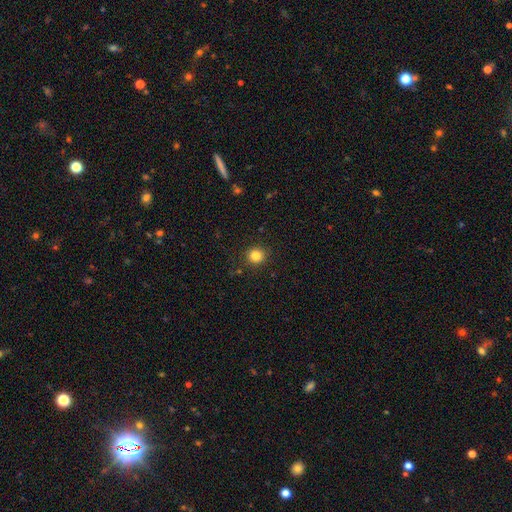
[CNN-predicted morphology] smooth_or_featured: smooth (p=0.83) [alt: star or artifact p=0.12]
how_rounded: round (p=0.91) [alt: in between p=0.09]
merging: none (p=0.90) [alt: minor disturbance p=0.07]